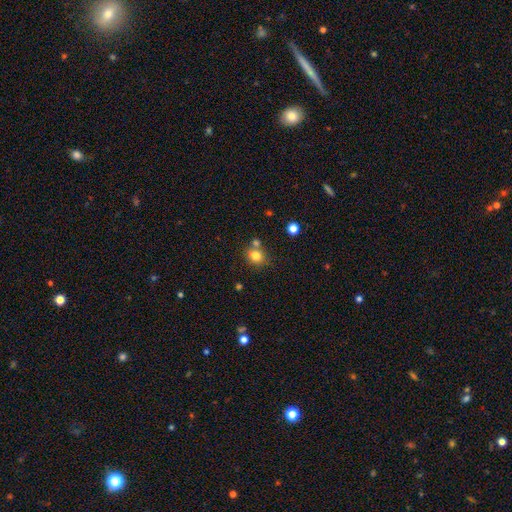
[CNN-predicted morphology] This appears to be a smooth galaxy with no disk features (79%) that is round (78%). Merging: none (64%).